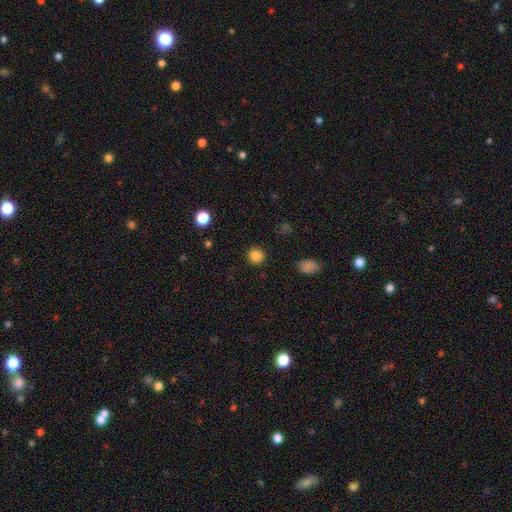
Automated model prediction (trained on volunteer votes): Q: Smooth or featured?
A: smooth (85%); runner-up: star or artifact (12%)
Q: How rounded?
A: round (91%); runner-up: in between (8%)
Q: Merging?
A: none (91%); runner-up: minor disturbance (6%)